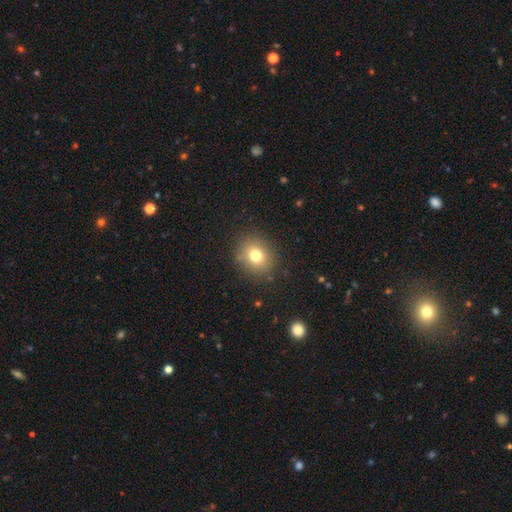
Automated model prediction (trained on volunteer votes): Q: Smooth or featured?
A: smooth (75%); runner-up: star or artifact (13%)
Q: How rounded?
A: round (66%); runner-up: in between (33%)
Q: Merging?
A: none (86%); runner-up: minor disturbance (9%)